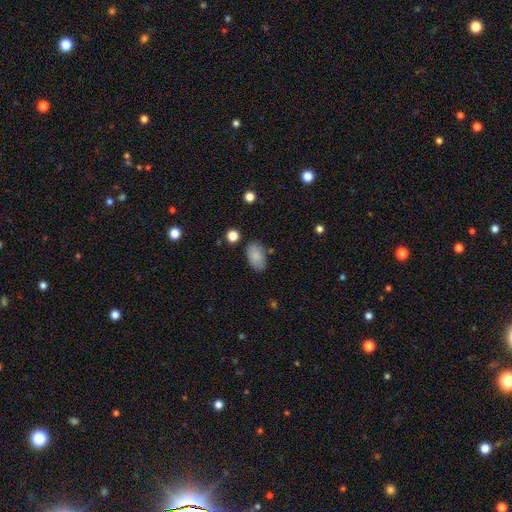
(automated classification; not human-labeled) The model was most divided on "merging": none: 76%, minor disturbance: 16%, major disturbance: 4%, merger: 3%. More confident: how rounded — in between (93%); smooth or featured — smooth (85%).